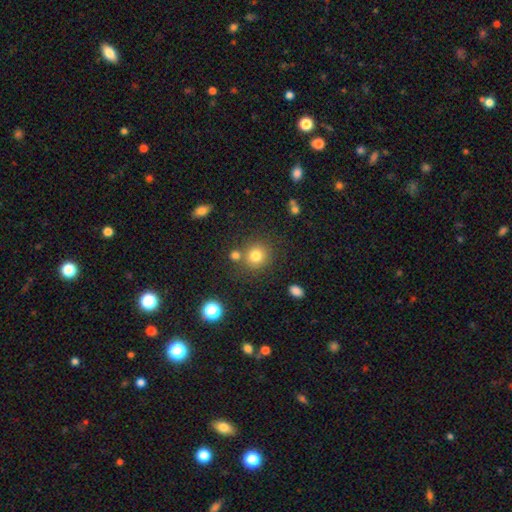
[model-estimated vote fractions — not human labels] smooth_or_featured: smooth (p=0.79) [alt: star or artifact p=0.13]
how_rounded: round (p=0.87) [alt: in between p=0.12]
merging: none (p=0.75) [alt: merger p=0.12]